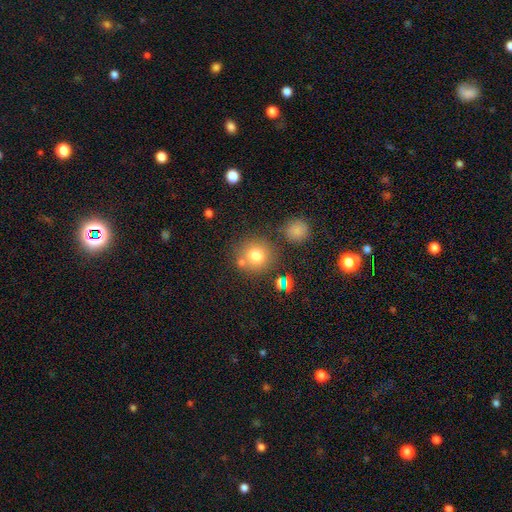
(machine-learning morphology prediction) A smooth galaxy with no disk features (75%) that is round (91%).

Vote fractions:
- Smooth or featured? smooth: 75% / star or artifact: 14% / featured or disk: 11%
- How rounded? round: 91% / in between: 8% / cigar-shaped: 1%
- Merging? none: 73% / merger: 13% / minor disturbance: 10% / major disturbance: 4%